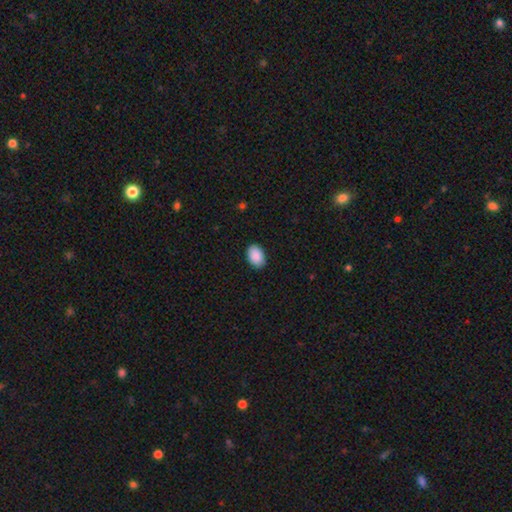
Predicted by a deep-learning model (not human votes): This is clearly a smooth galaxy (91%). How rounded: clearly in between (88%). Merging: clearly none (89%).